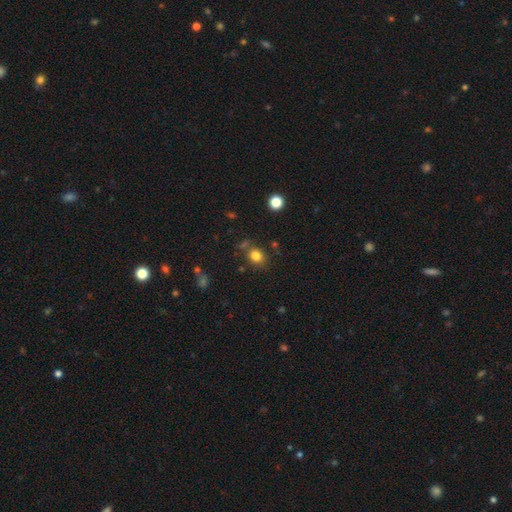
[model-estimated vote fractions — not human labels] A smooth galaxy with no disk features (81%) that is round (63%).

Vote fractions:
- Smooth or featured? smooth: 81% / star or artifact: 13% / featured or disk: 6%
- How rounded? round: 63% / in between: 36% / cigar-shaped: 1%
- Merging? none: 75% / minor disturbance: 13% / merger: 7% / major disturbance: 4%